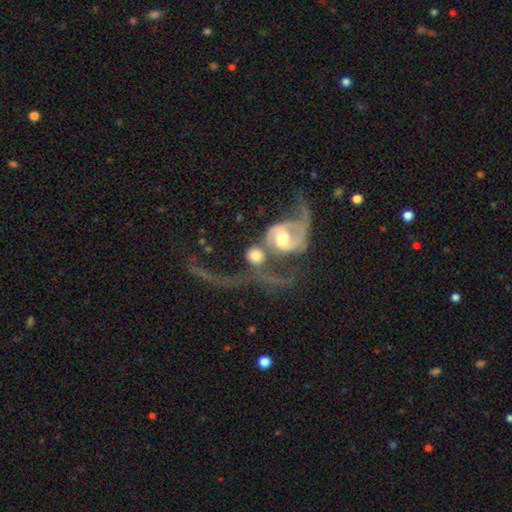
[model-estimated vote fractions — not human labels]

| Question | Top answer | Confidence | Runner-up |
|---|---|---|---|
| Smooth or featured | featured or disk | 70% | smooth (23%) |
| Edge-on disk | no | 95% | yes (5%) |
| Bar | no | 50% | weak (34%) |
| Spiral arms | yes | 87% | no (13%) |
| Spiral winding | loose | 67% | medium (24%) |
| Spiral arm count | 2 | 76% | 1 (12%) |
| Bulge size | moderate | 57% | large (20%) |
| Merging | merger | 58% | major disturbance (18%) |